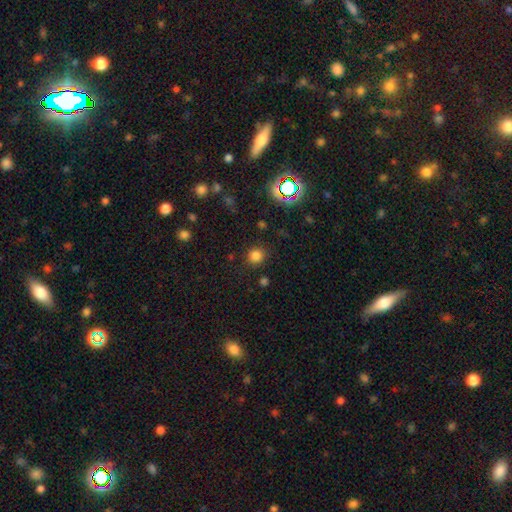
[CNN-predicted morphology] The model was most divided on "smooth or featured": smooth: 79%, star or artifact: 16%, featured or disk: 4%. More confident: how rounded — round (90%); merging — none (88%).